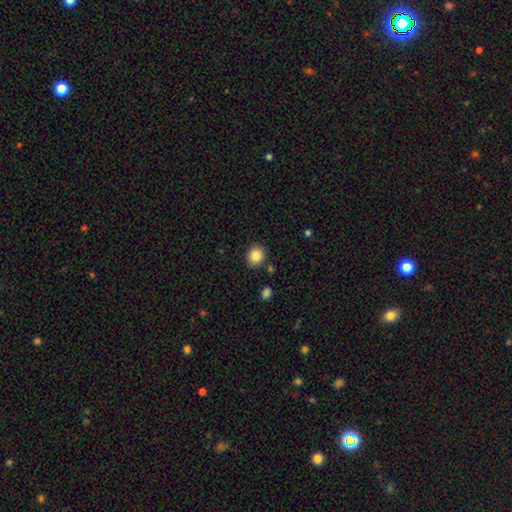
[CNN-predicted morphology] This appears to be a smooth galaxy with no disk features (85%) that is round (78%). Merging: none (88%).